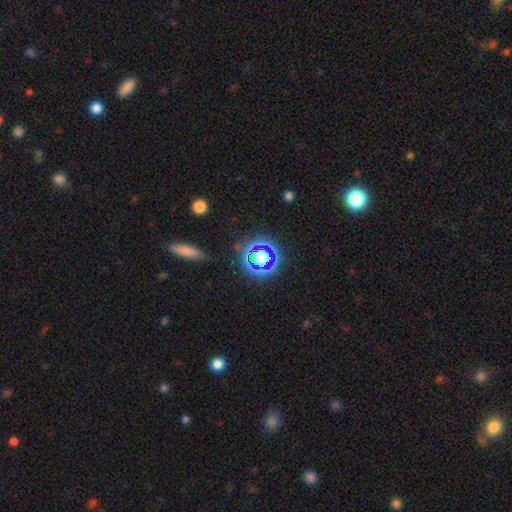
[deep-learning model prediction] A star or artifact, not a galaxy (56%).

Vote fractions:
- Smooth or featured? star or artifact: 56% / smooth: 31% / featured or disk: 13%